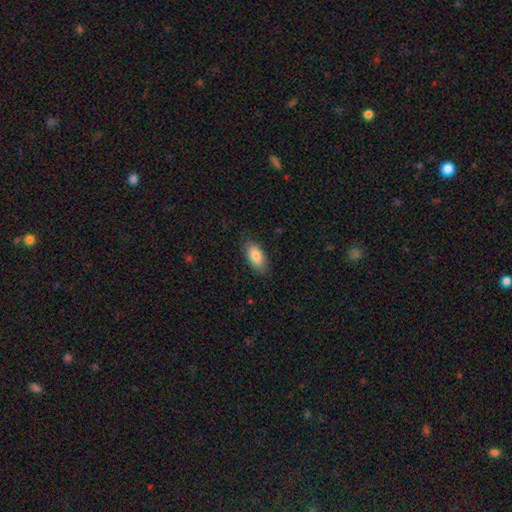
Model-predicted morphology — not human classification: Smooth or featured? smooth (84%)
How rounded? in between (89%)
Merging? none (85%)